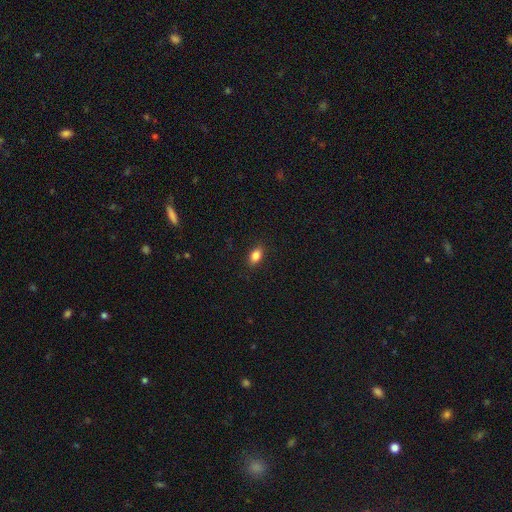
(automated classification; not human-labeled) Smooth or featured? smooth (84%)
How rounded? in between (85%)
Merging? none (88%)